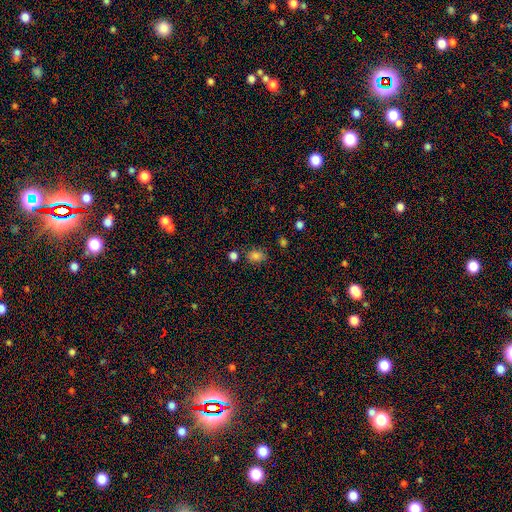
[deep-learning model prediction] Morphology: type=smooth (81%); roundness=in between (63%); merging=none (75%).